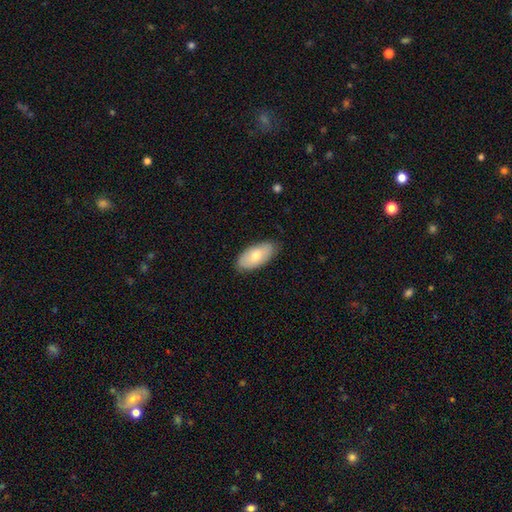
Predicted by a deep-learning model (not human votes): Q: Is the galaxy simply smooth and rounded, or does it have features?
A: smooth — 71%.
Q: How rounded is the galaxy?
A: in between — 92%.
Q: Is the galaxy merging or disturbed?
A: none — 85%.